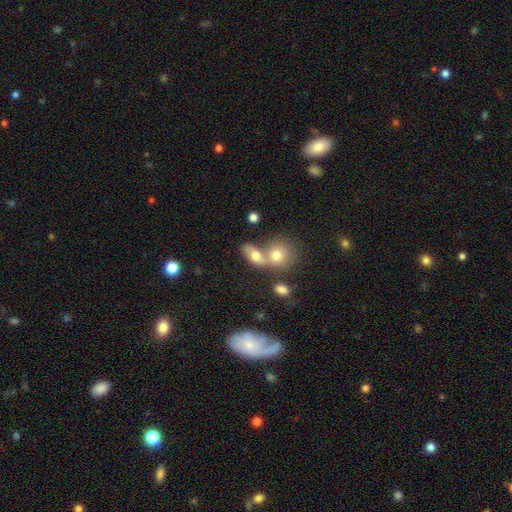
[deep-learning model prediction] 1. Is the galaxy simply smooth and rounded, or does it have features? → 70% smooth, 19% featured or disk, 11% star or artifact.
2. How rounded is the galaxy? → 71% in between, 23% round, 6% cigar-shaped.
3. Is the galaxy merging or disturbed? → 56% merger, 30% none, 9% minor disturbance, 5% major disturbance.